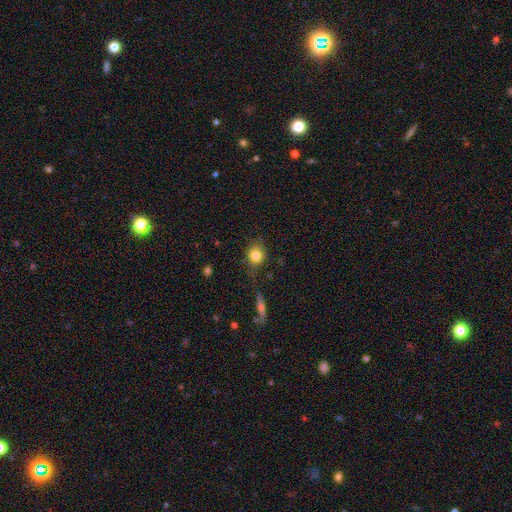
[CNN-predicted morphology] Q: Smooth or featured?
A: smooth (82%); runner-up: star or artifact (10%)
Q: How rounded?
A: round (77%); runner-up: in between (22%)
Q: Merging?
A: none (75%); runner-up: minor disturbance (17%)